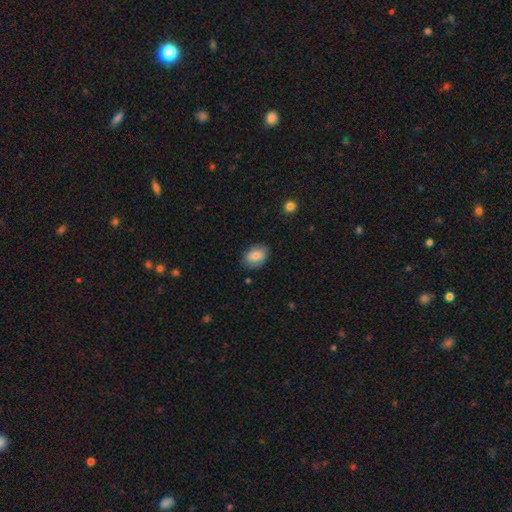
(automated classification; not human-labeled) This is clearly a smooth galaxy (81%). How rounded: likely in between (79%). Merging: likely none (78%).